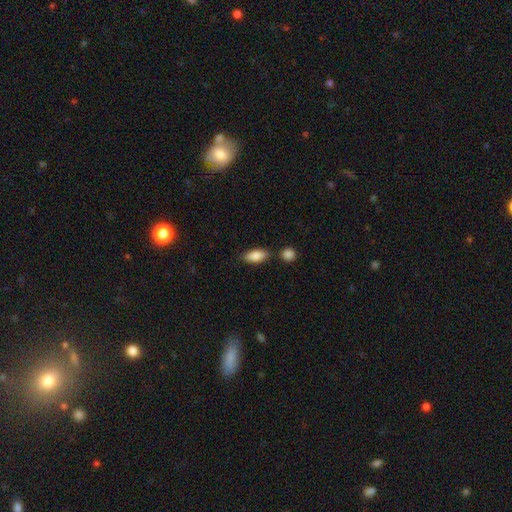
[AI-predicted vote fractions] A smooth galaxy with no disk features (86%) that is in between round and cigar-shaped (86%).

Vote fractions:
- Smooth or featured? smooth: 86% / featured or disk: 8% / star or artifact: 7%
- How rounded? in between: 86% / cigar-shaped: 11% / round: 3%
- Merging? none: 77% / minor disturbance: 12% / merger: 8% / major disturbance: 3%